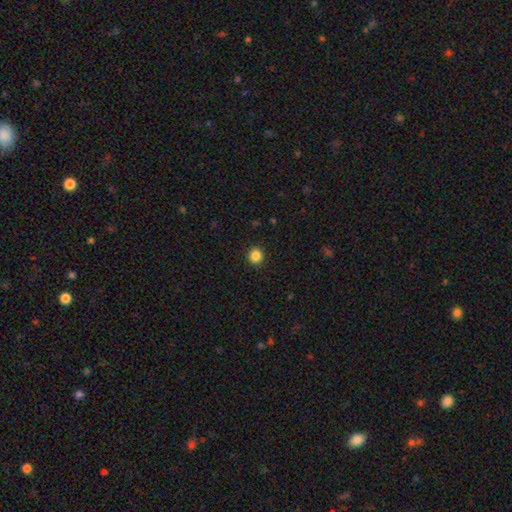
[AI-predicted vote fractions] Smooth or featured: smooth — 86% (star or artifact — 11%)
How rounded: round — 89% (in between — 10%)
Merging: none — 93% (minor disturbance — 5%)